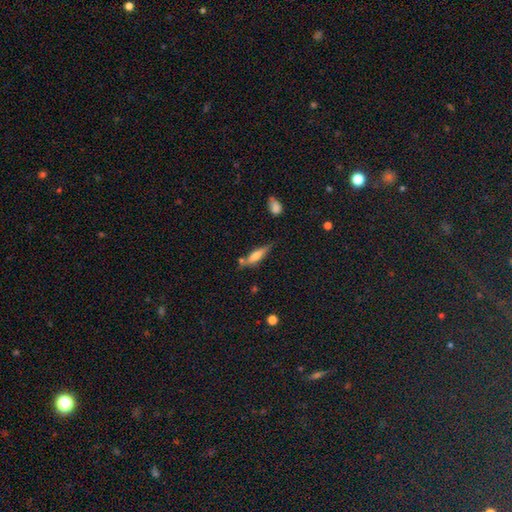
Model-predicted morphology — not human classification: smooth 48%, featured or disk 44%, star or artifact 8%. Down the decision tree: merging — none (67%).